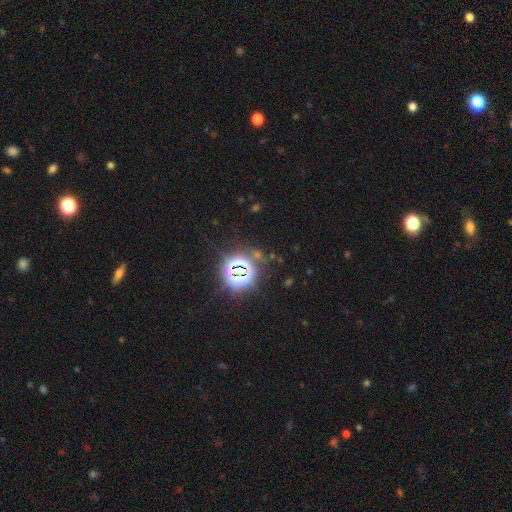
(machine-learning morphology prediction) Q: Smooth or featured?
A: star or artifact (81%); runner-up: smooth (12%)